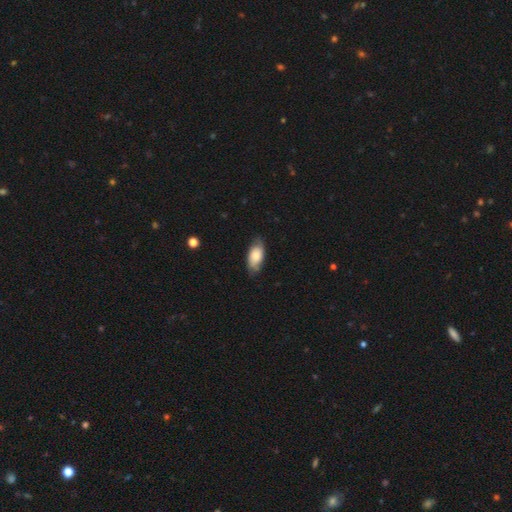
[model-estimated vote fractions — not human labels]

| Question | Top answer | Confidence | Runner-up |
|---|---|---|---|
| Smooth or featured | smooth | 72% | featured or disk (21%) |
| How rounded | in between | 91% | cigar-shaped (5%) |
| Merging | none | 71% | minor disturbance (23%) |